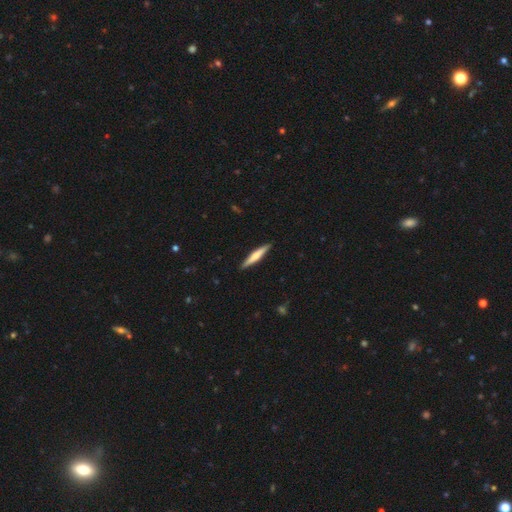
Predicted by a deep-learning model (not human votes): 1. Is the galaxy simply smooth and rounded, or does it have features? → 50% smooth, 45% featured or disk, 5% star or artifact.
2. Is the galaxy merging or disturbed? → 91% none, 6% minor disturbance, 1% major disturbance, 1% merger.